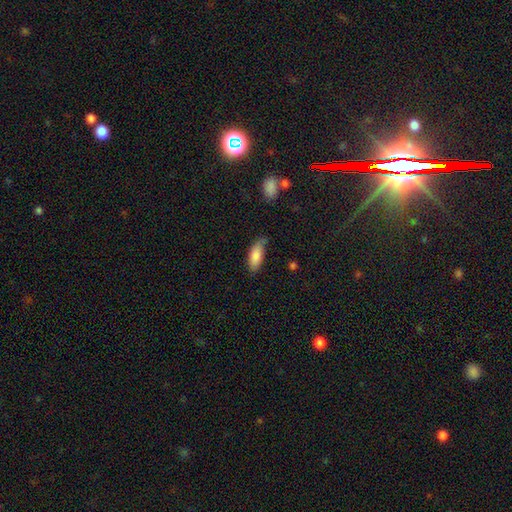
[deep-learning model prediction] Smooth or featured: smooth — 84% (featured or disk — 10%)
How rounded: in between — 77% (cigar-shaped — 21%)
Merging: none — 61% (minor disturbance — 30%)